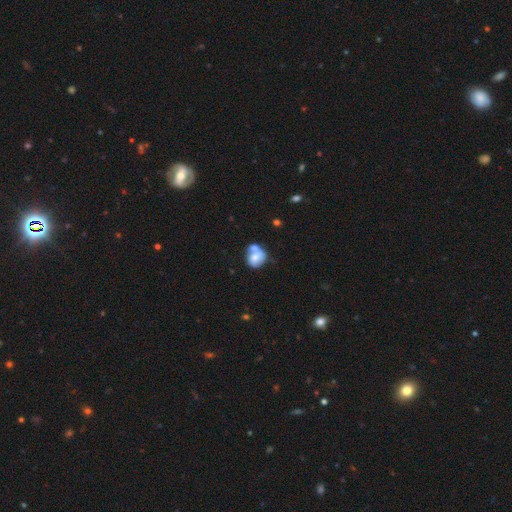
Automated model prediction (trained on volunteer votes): smooth-or-featured: smooth: 63% | featured or disk: 29% | star or artifact: 8%
  how-rounded: round: 62% | in between: 37% | cigar-shaped: 1%
  merging: merger: 54% | none: 26% | minor disturbance: 13% | major disturbance: 6%